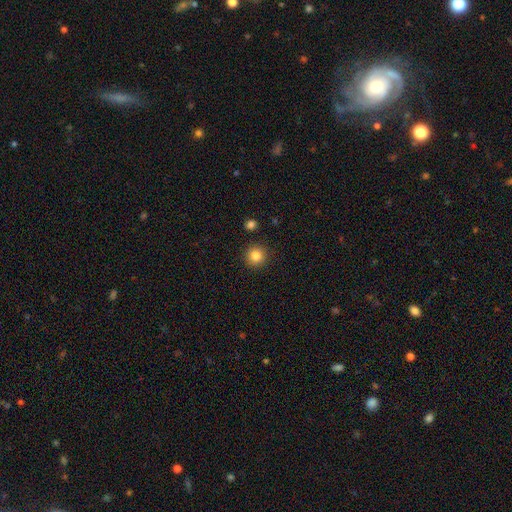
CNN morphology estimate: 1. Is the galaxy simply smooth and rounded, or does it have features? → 83% smooth, 11% star or artifact, 6% featured or disk.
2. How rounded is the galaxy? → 95% round, 5% in between, 1% cigar-shaped.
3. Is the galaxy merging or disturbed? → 91% none, 5% minor disturbance, 2% merger, 2% major disturbance.